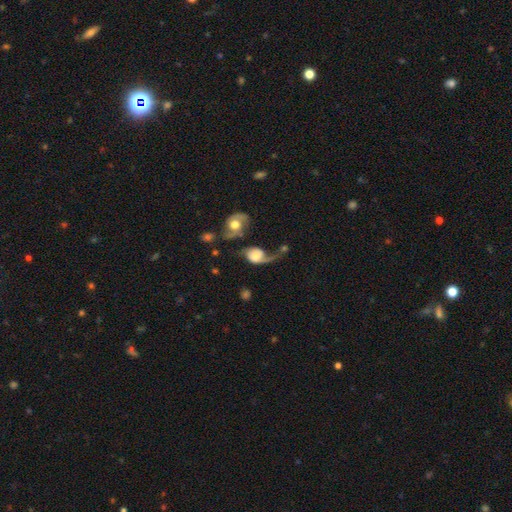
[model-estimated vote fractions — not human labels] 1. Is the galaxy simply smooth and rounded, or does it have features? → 61% featured or disk, 31% smooth, 8% star or artifact.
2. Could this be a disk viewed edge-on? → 95% no, 5% yes.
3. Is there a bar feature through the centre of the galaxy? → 70% no, 25% weak, 5% strong.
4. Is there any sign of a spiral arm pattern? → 87% yes, 13% no.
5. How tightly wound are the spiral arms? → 76% loose, 18% medium, 6% tight.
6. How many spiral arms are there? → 50% 1, 44% 2, 4% can't tell, 1% 3, 1% 4, 1% more than 4.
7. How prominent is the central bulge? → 32% moderate, 29% large, 19% small, 10% none, 9% dominant.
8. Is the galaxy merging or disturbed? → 39% major disturbance, 24% none, 20% merger, 17% minor disturbance.